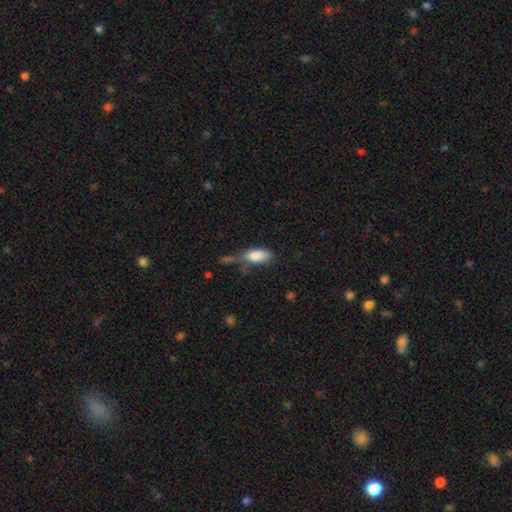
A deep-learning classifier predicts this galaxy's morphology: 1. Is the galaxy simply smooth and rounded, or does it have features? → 84% smooth, 9% featured or disk, 8% star or artifact.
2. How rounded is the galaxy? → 89% in between, 8% cigar-shaped, 3% round.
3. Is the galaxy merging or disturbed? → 41% none, 30% minor disturbance, 17% major disturbance, 12% merger.